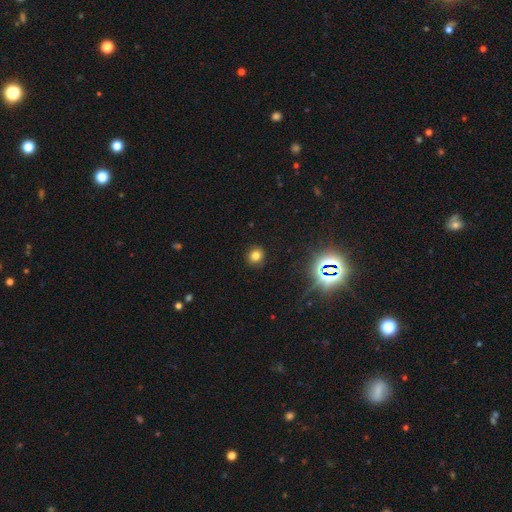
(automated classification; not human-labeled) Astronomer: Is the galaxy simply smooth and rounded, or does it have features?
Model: smooth — 76%.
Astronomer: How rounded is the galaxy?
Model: round — 85%.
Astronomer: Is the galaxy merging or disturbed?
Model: none — 90%.